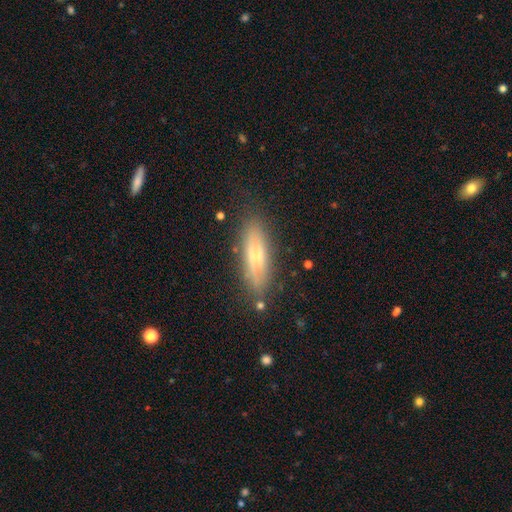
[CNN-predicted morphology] smooth_or_featured: smooth (p=0.46) [tied with: featured or disk p=0.46]
merging: none (p=0.79) [alt: minor disturbance p=0.15]